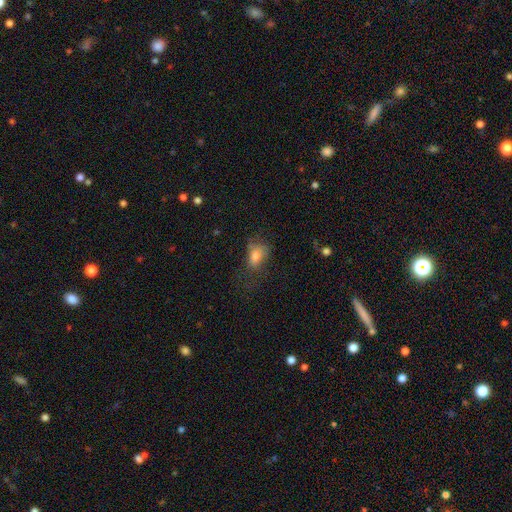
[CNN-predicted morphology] Overall: smooth (77%). How rounded: in between (82%). Merging: none (44%; minor disturbance 29%).